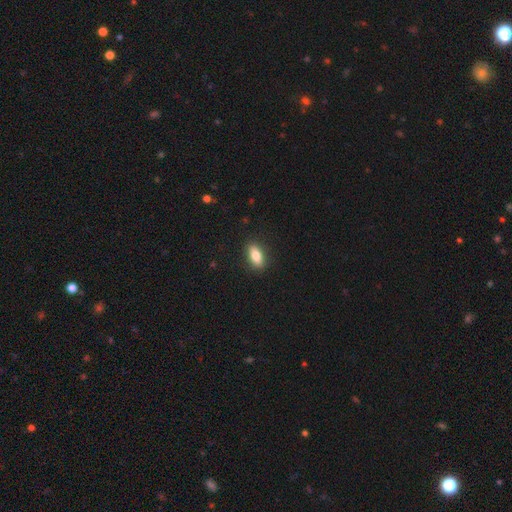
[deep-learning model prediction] smooth-or-featured: smooth: 79% | featured or disk: 14% | star or artifact: 7%
  how-rounded: in between: 80% | cigar-shaped: 15% | round: 5%
  merging: none: 88% | minor disturbance: 9% | major disturbance: 2% | merger: 1%